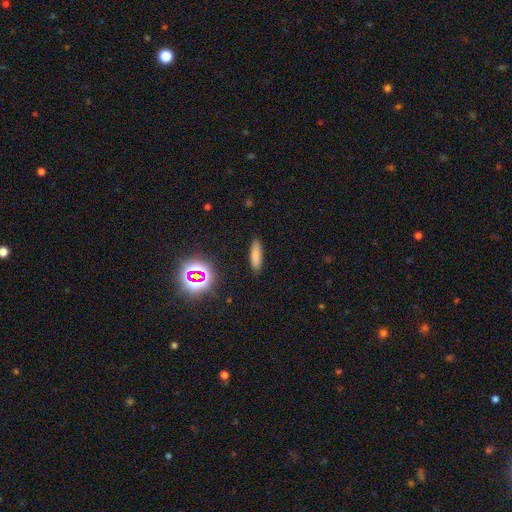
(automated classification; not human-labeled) Overall: smooth (77%). How rounded: cigar-shaped (62%; in between 35%). Merging: none (88%).